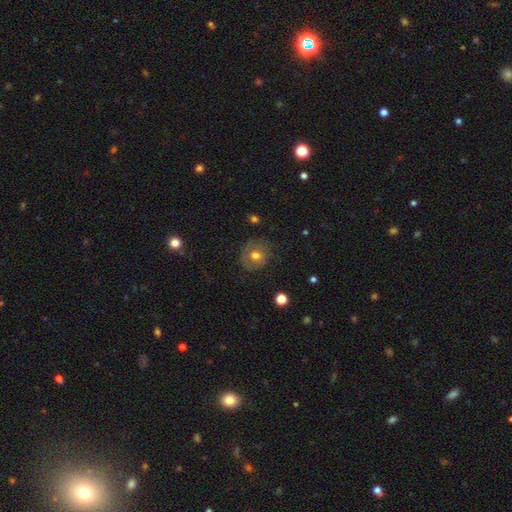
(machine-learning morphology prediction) smooth-or-featured: smooth: 57% | featured or disk: 33% | star or artifact: 10%
  how-rounded: round: 82% | in between: 17% | cigar-shaped: 1%
  merging: none: 72% | minor disturbance: 18% | major disturbance: 8% | merger: 1%